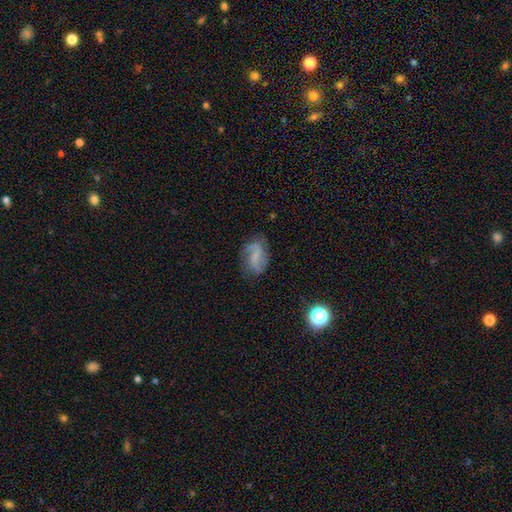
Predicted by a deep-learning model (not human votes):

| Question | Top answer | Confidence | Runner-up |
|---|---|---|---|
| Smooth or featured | featured or disk | 66% | smooth (24%) |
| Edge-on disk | no | 97% | yes (3%) |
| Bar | weak | 46% | no (32%) |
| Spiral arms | yes | 89% | no (11%) |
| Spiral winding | loose | 56% | medium (32%) |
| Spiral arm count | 2 | 81% | can't tell (8%) |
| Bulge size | none | 49% | small (37%) |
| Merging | none | 67% | minor disturbance (21%) |